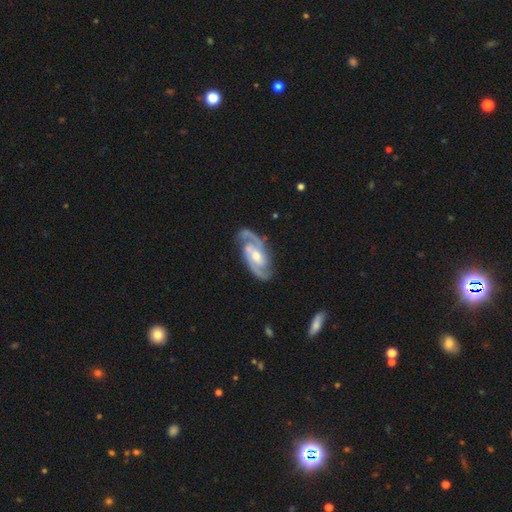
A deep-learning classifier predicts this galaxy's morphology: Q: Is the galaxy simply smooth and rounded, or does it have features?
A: featured or disk — 91%.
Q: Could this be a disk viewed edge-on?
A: no — 96%.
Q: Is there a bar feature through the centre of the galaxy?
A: weak — 43%.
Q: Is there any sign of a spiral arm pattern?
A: yes — 98%.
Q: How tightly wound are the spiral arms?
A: medium — 55%.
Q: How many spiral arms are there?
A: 2 — 88%.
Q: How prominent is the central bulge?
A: moderate — 62%.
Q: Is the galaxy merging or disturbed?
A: none — 79%.